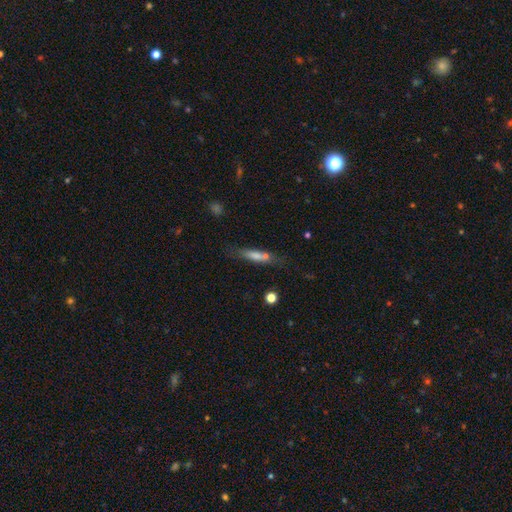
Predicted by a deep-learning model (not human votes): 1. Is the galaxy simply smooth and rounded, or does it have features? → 54% smooth, 35% featured or disk, 11% star or artifact.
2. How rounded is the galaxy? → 83% cigar-shaped, 15% in between, 3% round.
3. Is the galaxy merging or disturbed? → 68% none, 16% minor disturbance, 11% merger, 6% major disturbance.